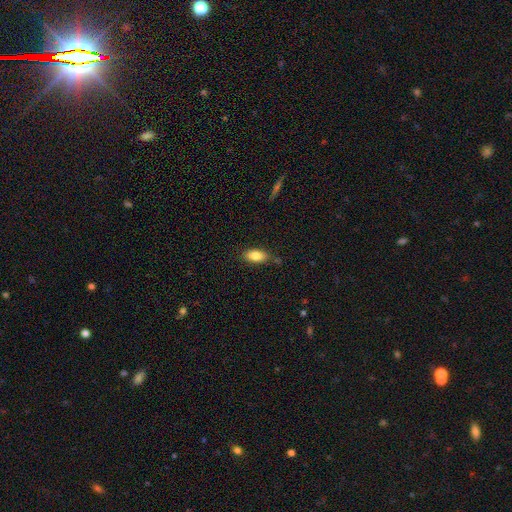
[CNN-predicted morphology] Smooth or featured? smooth (83%)
How rounded? in between (89%)
Merging? none (78%)